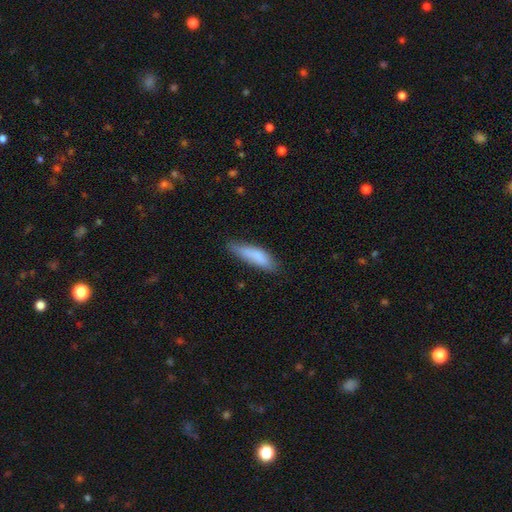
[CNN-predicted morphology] A smooth galaxy with no disk features (81%) that is cigar-shaped (65%). Merging: none (66%).